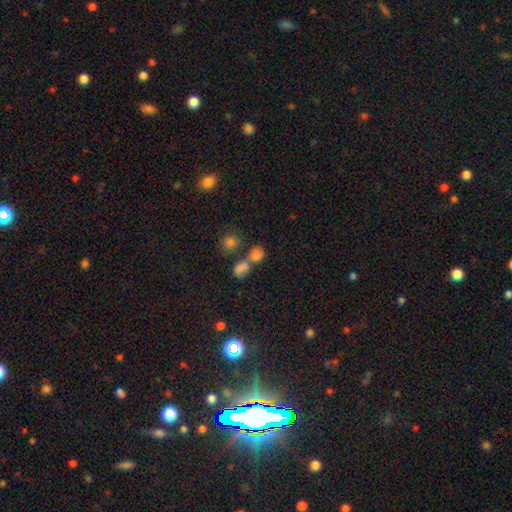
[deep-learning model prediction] Overall: smooth (66%). How rounded: in between (54%; round 43%). Merging: merger (49%; none 35%).